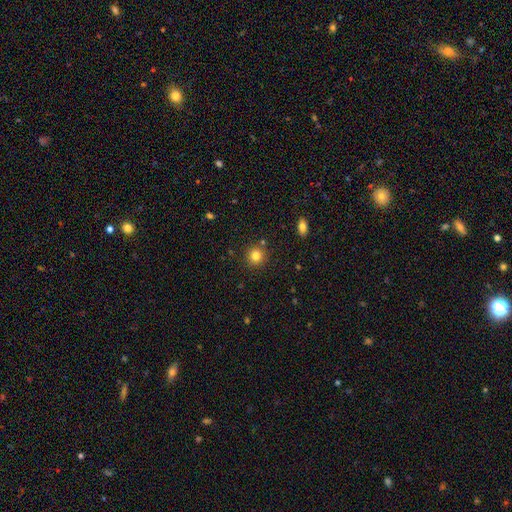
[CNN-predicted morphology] Q: Smooth or featured?
A: smooth (82%); runner-up: star or artifact (12%)
Q: How rounded?
A: round (92%); runner-up: in between (7%)
Q: Merging?
A: none (87%); runner-up: minor disturbance (7%)